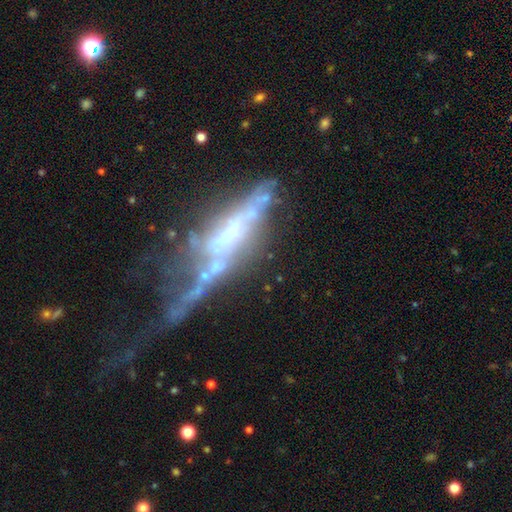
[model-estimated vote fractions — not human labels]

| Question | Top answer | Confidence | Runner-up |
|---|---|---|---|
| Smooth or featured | featured or disk | 73% | smooth (16%) |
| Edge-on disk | yes | 54% | no (46%) |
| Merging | major disturbance | 47% | none (20%) |